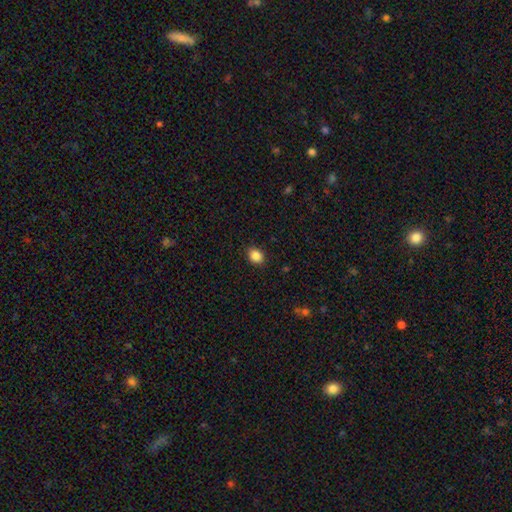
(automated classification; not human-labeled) Morphology: type=smooth (87%); roundness=in between (51%); merging=none (89%).